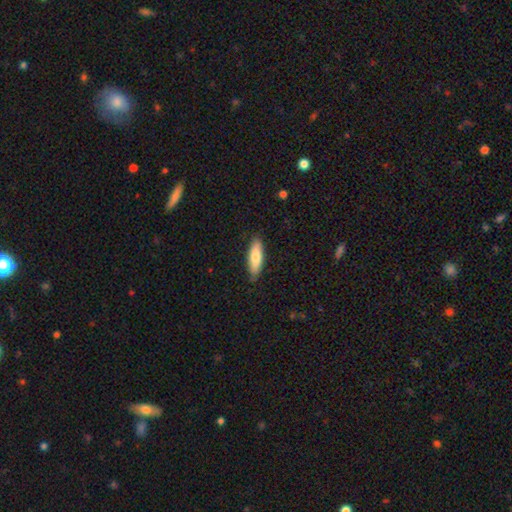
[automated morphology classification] Smooth or featured? Predicted: smooth (p=0.78). How rounded? Predicted: in between (p=0.50). Merging? Predicted: none (p=0.83).